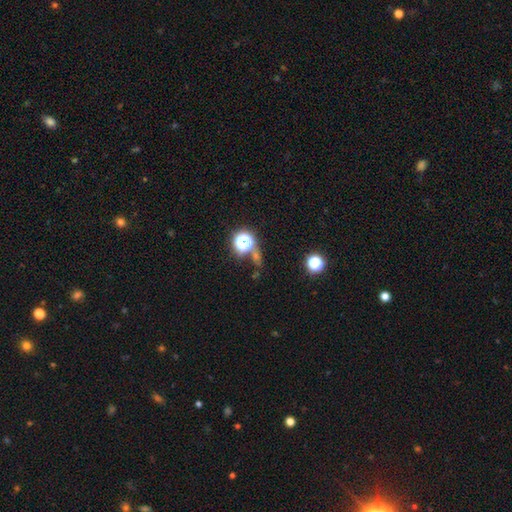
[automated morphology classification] Smooth or featured? star or artifact (61%)